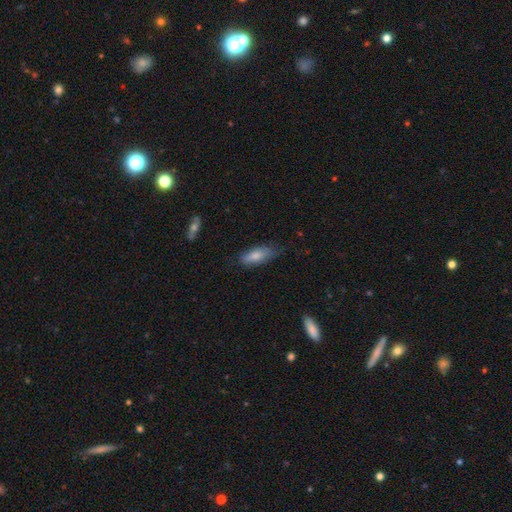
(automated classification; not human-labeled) This appears to be a smooth galaxy with no disk features (79%) that is in between round and cigar-shaped (72%). Merging: none (63%).